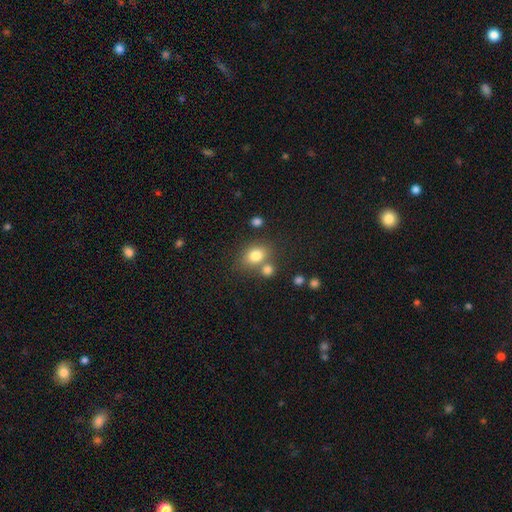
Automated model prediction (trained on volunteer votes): smooth_or_featured: smooth (p=0.79) [alt: star or artifact p=0.11]
how_rounded: in between (p=0.59) [alt: round p=0.39]
merging: none (p=0.58) [alt: merger p=0.25]